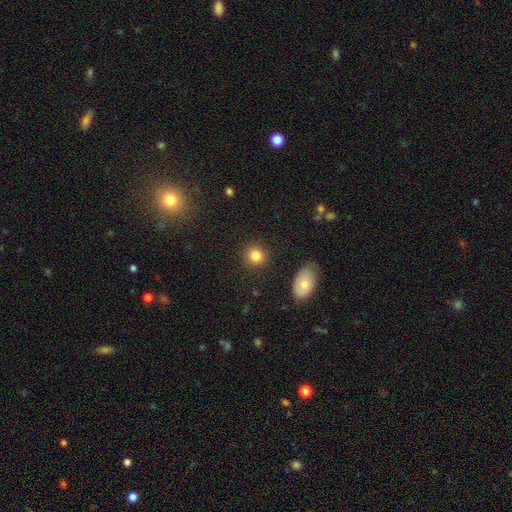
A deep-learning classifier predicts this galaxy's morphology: smooth_or_featured: smooth (p=0.84) [alt: star or artifact p=0.10]
how_rounded: round (p=0.83) [alt: in between p=0.16]
merging: none (p=0.88) [alt: minor disturbance p=0.07]